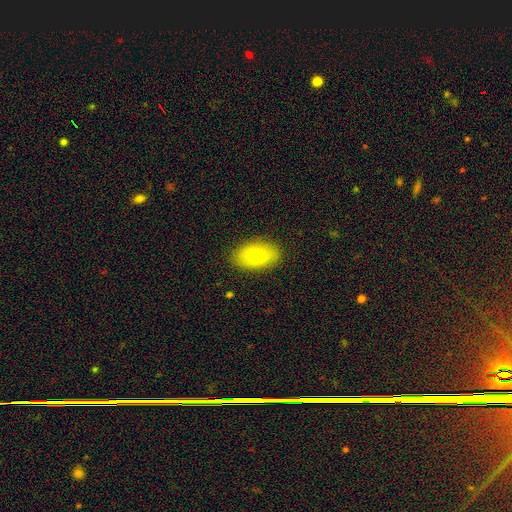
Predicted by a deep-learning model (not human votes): This is clearly a smooth galaxy (81%). How rounded: clearly in between (93%). Merging: clearly none (86%).